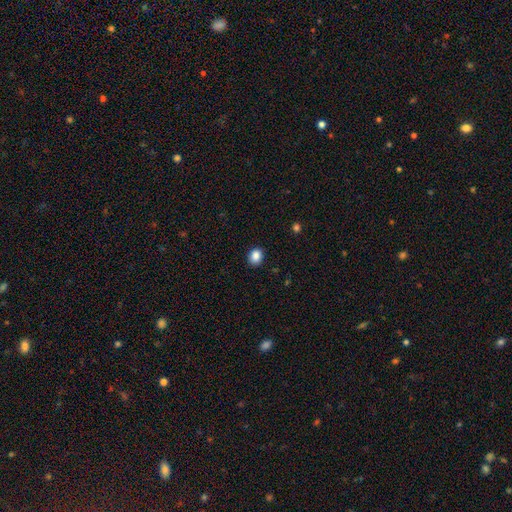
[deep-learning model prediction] Smooth or featured?
  - smooth: 87% *
  - star or artifact: 10%
  - featured or disk: 4%
How rounded?
  - round: 60% *
  - in between: 39%
  - cigar-shaped: 1%
Merging?
  - none: 89% *
  - minor disturbance: 8%
  - major disturbance: 2%
  - merger: 1%